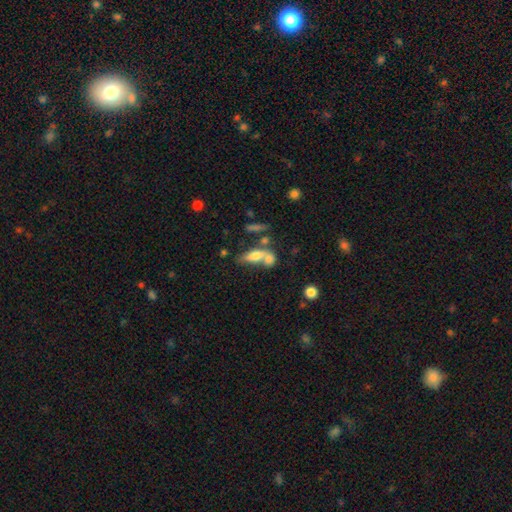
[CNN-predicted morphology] Q: Smooth or featured?
A: smooth (65%); runner-up: featured or disk (25%)
Q: How rounded?
A: in between (64%); runner-up: cigar-shaped (30%)
Q: Merging?
A: merger (50%); runner-up: none (31%)